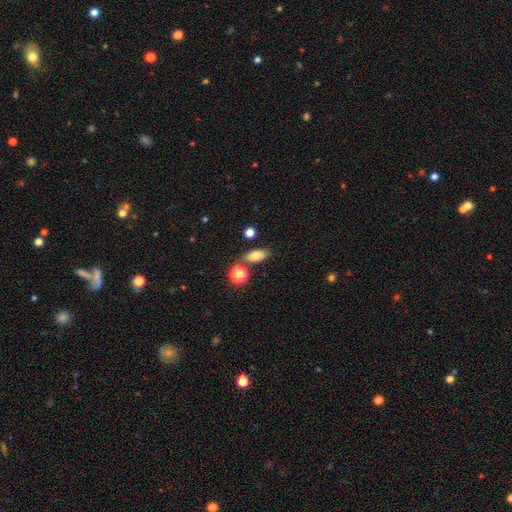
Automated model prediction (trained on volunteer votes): Smooth or featured: smooth — 79% (star or artifact — 11%)
How rounded: in between — 81% (round — 9%)
Merging: none — 77% (minor disturbance — 11%)